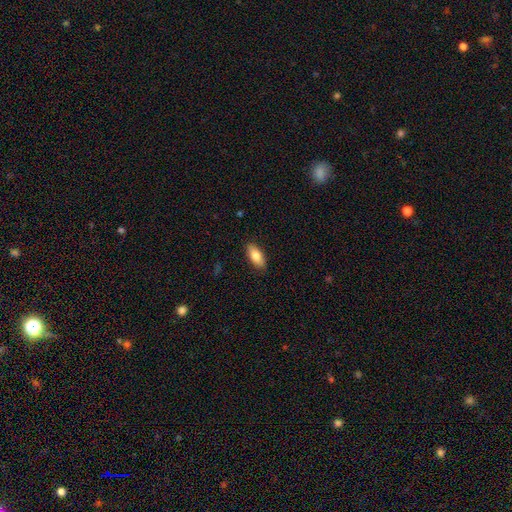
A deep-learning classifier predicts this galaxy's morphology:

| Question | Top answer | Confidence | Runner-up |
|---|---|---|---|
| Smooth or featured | smooth | 83% | featured or disk (11%) |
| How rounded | in between | 86% | cigar-shaped (11%) |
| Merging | none | 88% | minor disturbance (9%) |